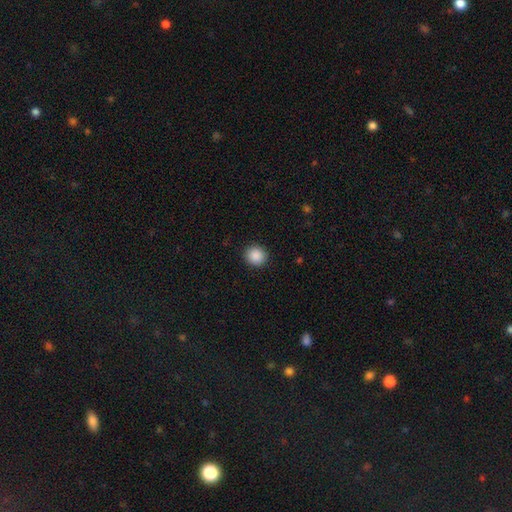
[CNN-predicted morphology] A smooth galaxy with no disk features (89%) that is round (88%). Merging: none (91%).